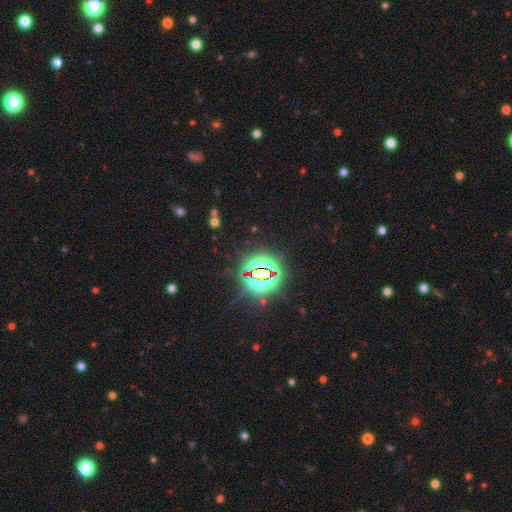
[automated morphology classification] This is clearly a star or artifact rather than a galaxy (81%).